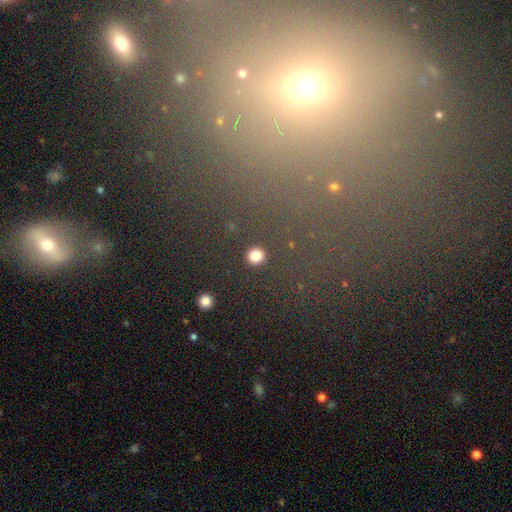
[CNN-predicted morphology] The model was most divided on "smooth or featured": smooth: 82%, star or artifact: 13%, featured or disk: 4%. More confident: merging — none (91%); how rounded — round (88%).